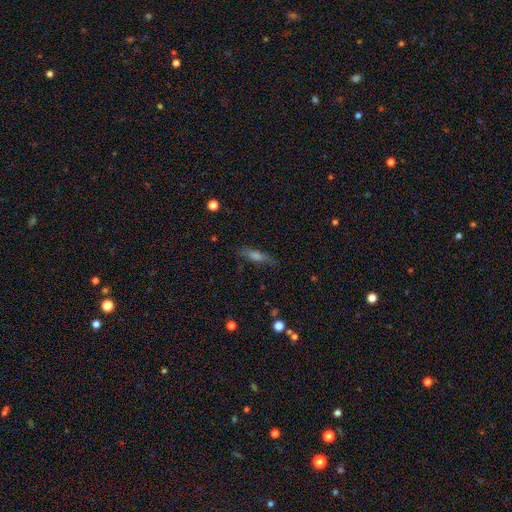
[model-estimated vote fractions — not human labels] A smooth galaxy with no disk features (47%).

Vote fractions:
- Smooth or featured? smooth: 47% / featured or disk: 39% / star or artifact: 14%
- Merging? none: 76% / minor disturbance: 16% / major disturbance: 6% / merger: 2%